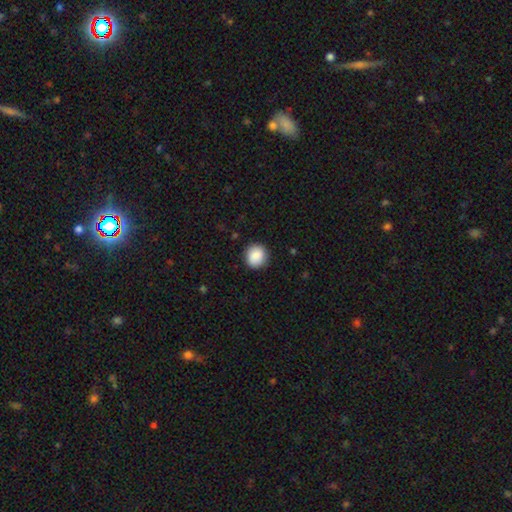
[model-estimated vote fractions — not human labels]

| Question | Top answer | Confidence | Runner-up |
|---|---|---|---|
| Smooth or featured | smooth | 88% | star or artifact (7%) |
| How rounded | round | 85% | in between (14%) |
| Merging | none | 88% | minor disturbance (9%) |